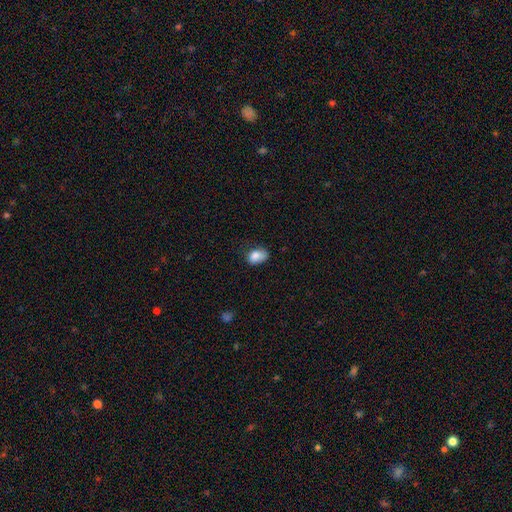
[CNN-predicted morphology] Overall: smooth (83%). How rounded: in between (81%). Merging: none (46%; minor disturbance 37%).